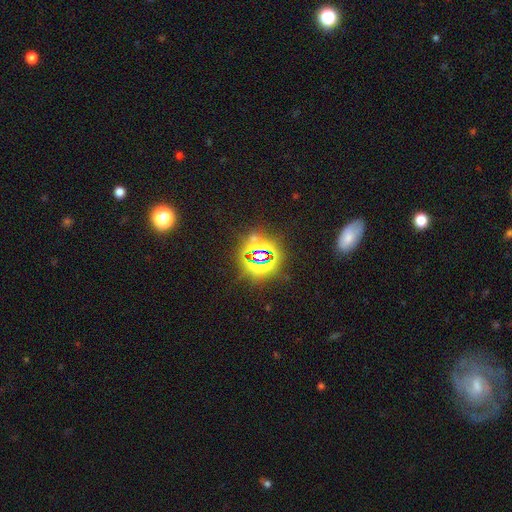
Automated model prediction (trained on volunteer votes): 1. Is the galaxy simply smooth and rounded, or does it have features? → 79% star or artifact, 13% smooth, 8% featured or disk.